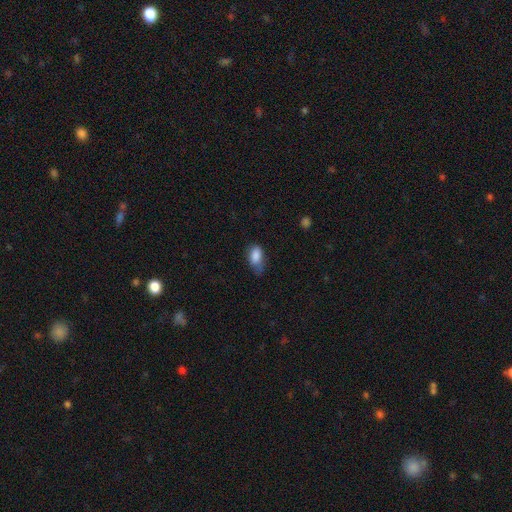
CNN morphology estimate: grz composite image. It shows a smooth galaxy with no disk features (85%) that is in between round and cigar-shaped (90%). Merging: minor disturbance (41%).